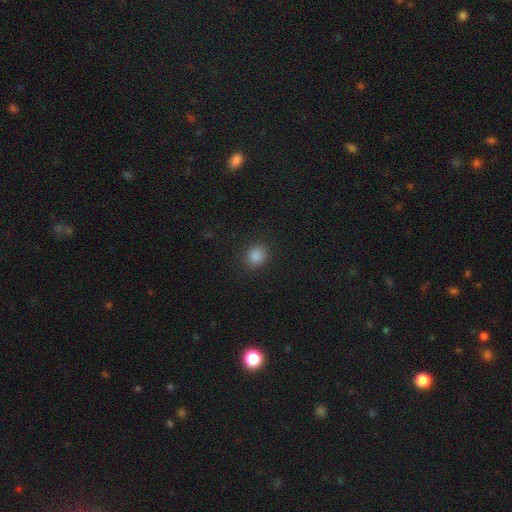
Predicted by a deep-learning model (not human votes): This appears to be a smooth galaxy with no disk features (84%) that is round (74%). Merging: none (89%).